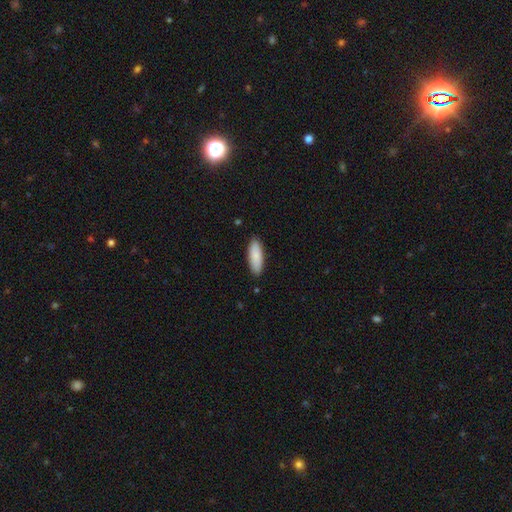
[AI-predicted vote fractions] smooth 86%, featured or disk 9%, star or artifact 5%. Down the decision tree: how rounded — in between (66%); merging — none (88%).